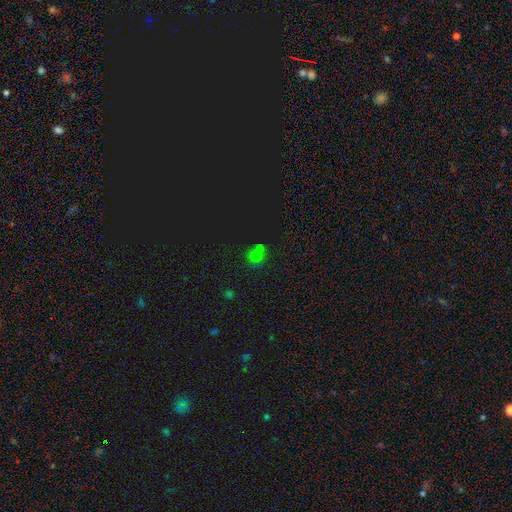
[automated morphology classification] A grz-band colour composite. It shows a smooth galaxy with no disk features (50%) that is round (84%). Merging: none (50%).